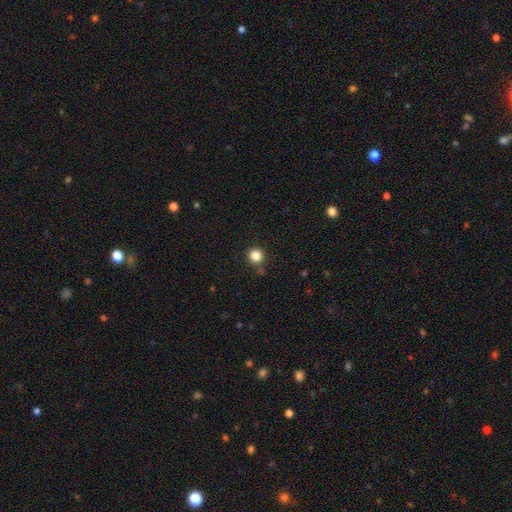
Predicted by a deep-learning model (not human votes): Smooth or featured? smooth (84%)
How rounded? round (94%)
Merging? none (87%)